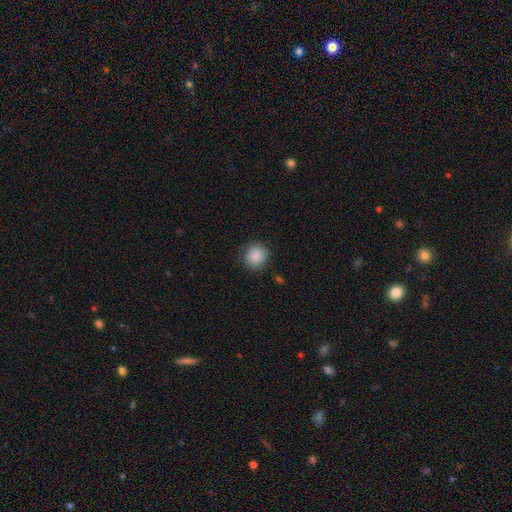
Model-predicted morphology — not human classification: This is clearly a smooth galaxy (88%). How rounded: clearly round (88%). Merging: clearly none (87%).